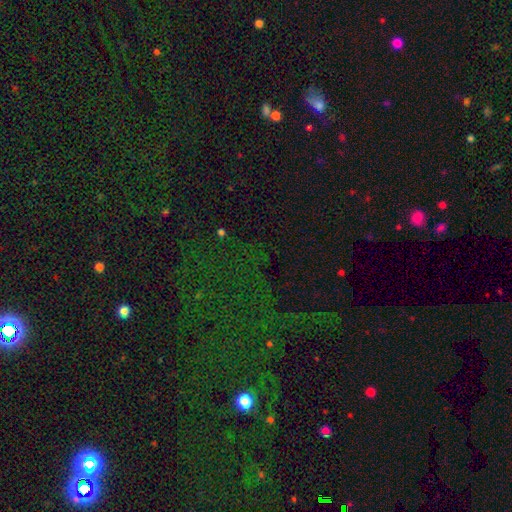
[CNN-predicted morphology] This is likely a star or artifact rather than a galaxy (79%).